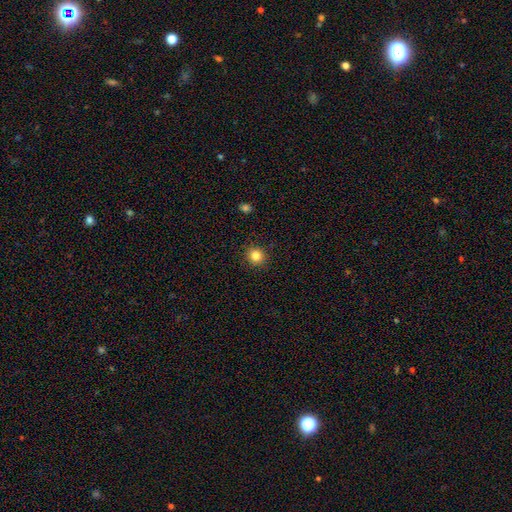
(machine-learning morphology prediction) This is clearly a smooth galaxy (83%). How rounded: clearly round (90%). Merging: clearly none (91%).